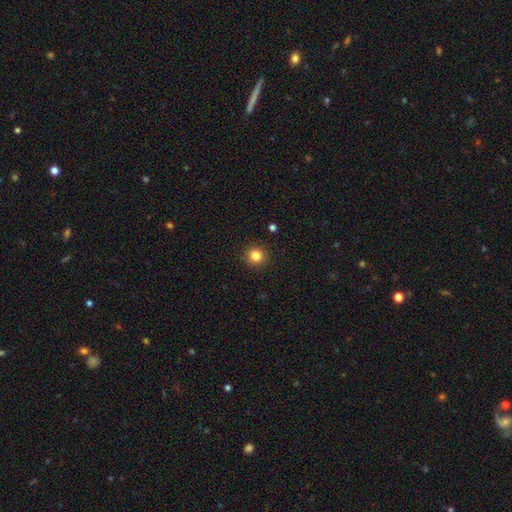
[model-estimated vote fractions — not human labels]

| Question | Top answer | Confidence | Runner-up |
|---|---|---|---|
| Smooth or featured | smooth | 83% | star or artifact (12%) |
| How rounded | round | 92% | in between (7%) |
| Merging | none | 91% | minor disturbance (6%) |